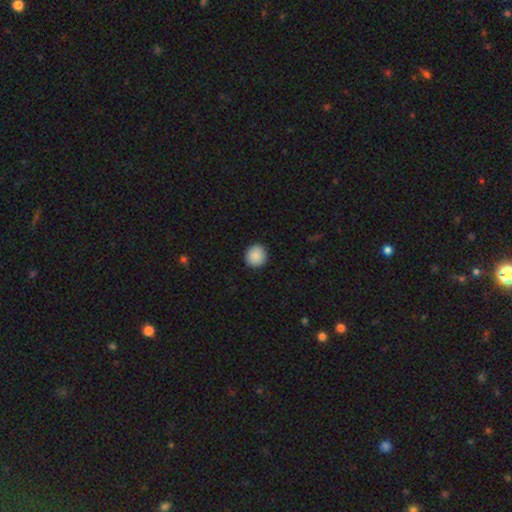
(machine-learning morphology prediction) This appears to be a smooth galaxy with no disk features (90%) that is round (94%). Merging: none (92%).